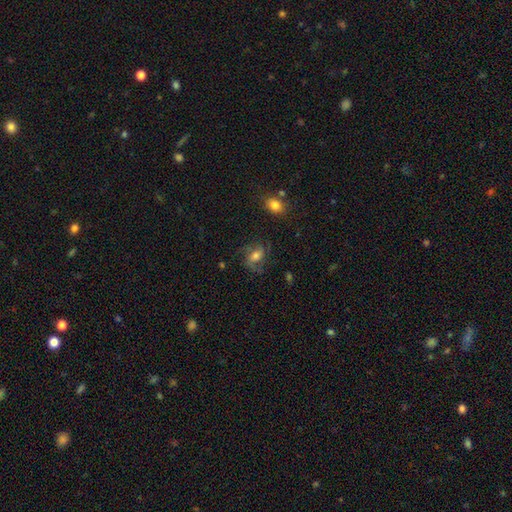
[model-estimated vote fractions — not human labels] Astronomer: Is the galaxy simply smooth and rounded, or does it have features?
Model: featured or disk — 62%.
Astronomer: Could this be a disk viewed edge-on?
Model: no — 97%.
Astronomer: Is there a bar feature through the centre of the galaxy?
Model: no — 53% (runner-up: weak, 38%).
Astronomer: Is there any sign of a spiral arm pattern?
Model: yes — 90%.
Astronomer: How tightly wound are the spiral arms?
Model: medium — 50% (runner-up: loose, 32%).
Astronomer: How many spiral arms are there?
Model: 2 — 55%.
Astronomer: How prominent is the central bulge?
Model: moderate — 53%.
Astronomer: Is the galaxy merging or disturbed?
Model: none — 62%.